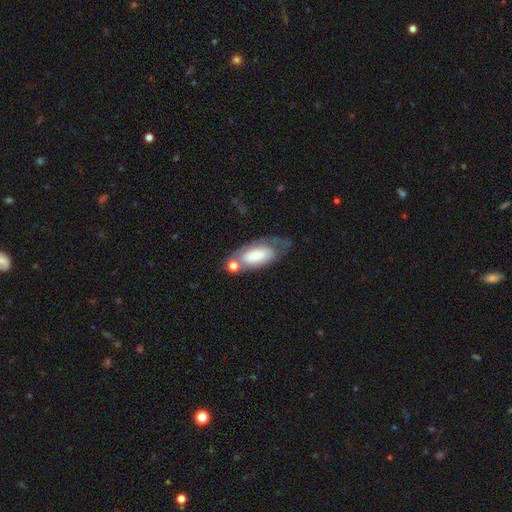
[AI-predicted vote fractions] Smooth or featured? Predicted: smooth (p=0.53). How rounded? Predicted: in between (p=0.87). Merging? Predicted: none (p=0.40).